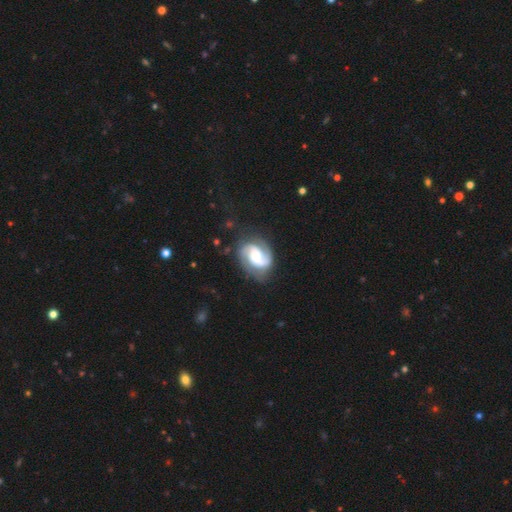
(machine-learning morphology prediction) type=featured or disk (88%); edge-on=no (98%); bar=no (47%); spiral arms=yes (97%); winding=medium (50%); arm count=2 (91%); bulge=moderate (52%); merging=none (75%).